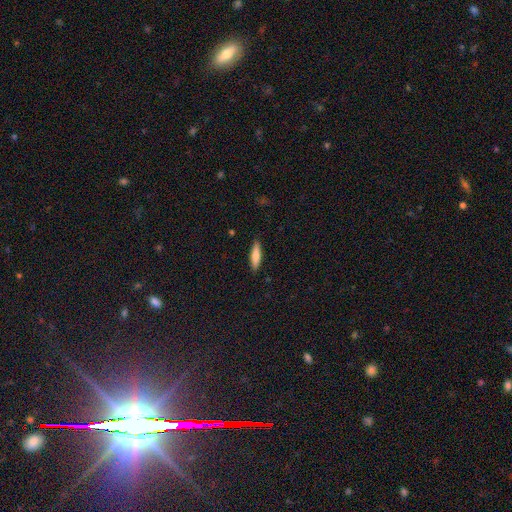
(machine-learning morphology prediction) Smooth or featured: smooth — 78% (featured or disk — 17%)
How rounded: cigar-shaped — 75% (in between — 24%)
Merging: none — 89% (minor disturbance — 8%)